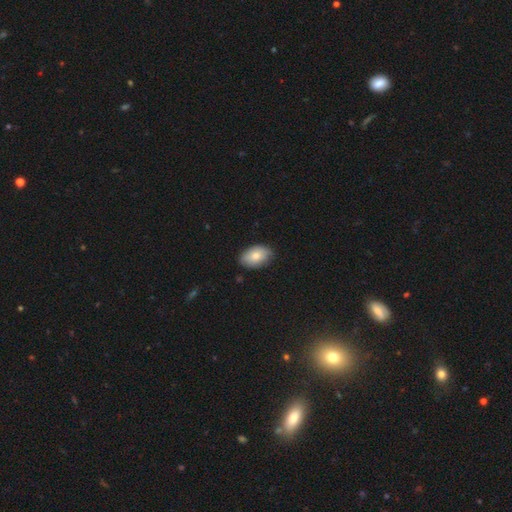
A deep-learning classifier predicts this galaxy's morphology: smooth 78%, featured or disk 15%, star or artifact 7%. Down the decision tree: how rounded — in between (91%); merging — none (82%).